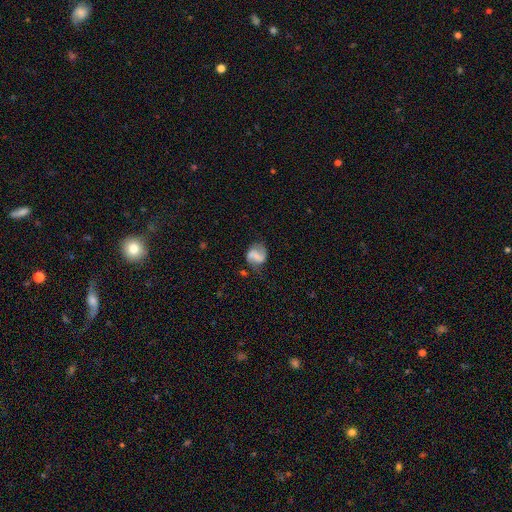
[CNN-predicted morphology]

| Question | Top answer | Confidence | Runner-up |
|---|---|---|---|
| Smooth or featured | featured or disk | 65% | smooth (26%) |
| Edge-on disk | no | 98% | yes (2%) |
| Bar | weak | 40% | strong (32%) |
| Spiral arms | yes | 89% | no (11%) |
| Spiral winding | loose | 45% | medium (39%) |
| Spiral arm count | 2 | 87% | 1 (6%) |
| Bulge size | none | 55% | small (24%) |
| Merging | none | 59% | minor disturbance (23%) |